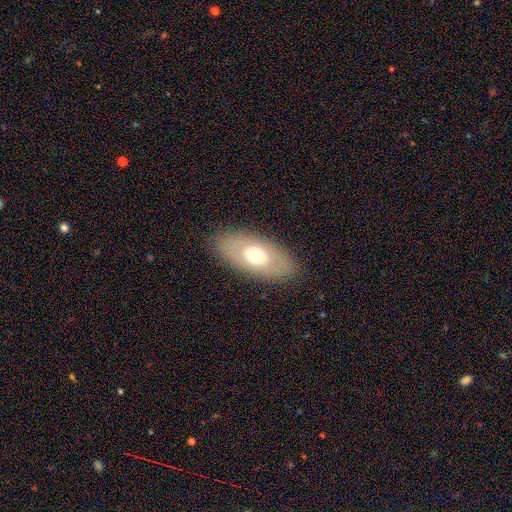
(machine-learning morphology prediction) smooth 58%, featured or disk 35%, star or artifact 7%. Down the decision tree: how rounded — in between (90%); merging — none (85%).